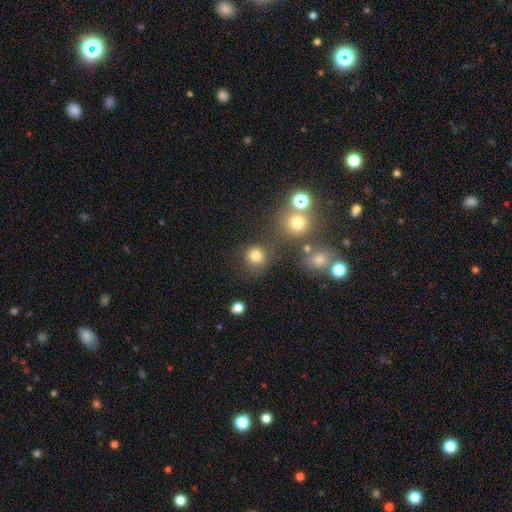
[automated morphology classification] Overall: smooth (79%). How rounded: round (91%). Merging: none (78%).